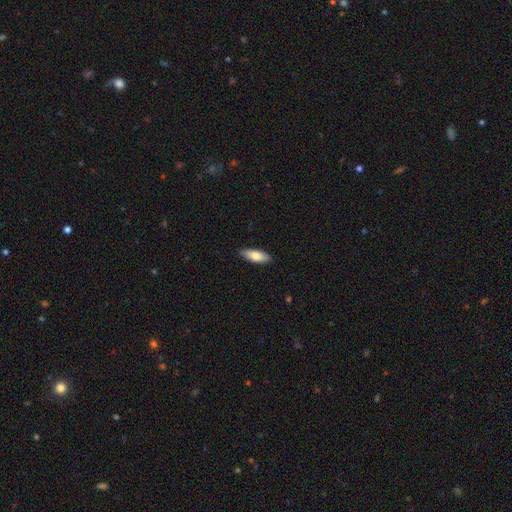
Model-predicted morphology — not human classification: smooth 77%, featured or disk 18%, star or artifact 6%. Down the decision tree: how rounded — in between (69%); merging — none (89%).